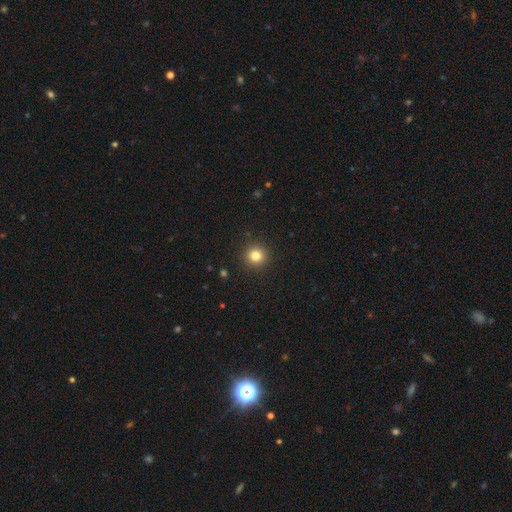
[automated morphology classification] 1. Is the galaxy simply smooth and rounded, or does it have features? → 81% smooth, 13% star or artifact, 6% featured or disk.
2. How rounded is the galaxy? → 95% round, 4% in between, 1% cigar-shaped.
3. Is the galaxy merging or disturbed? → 92% none, 5% minor disturbance, 2% major disturbance, 1% merger.